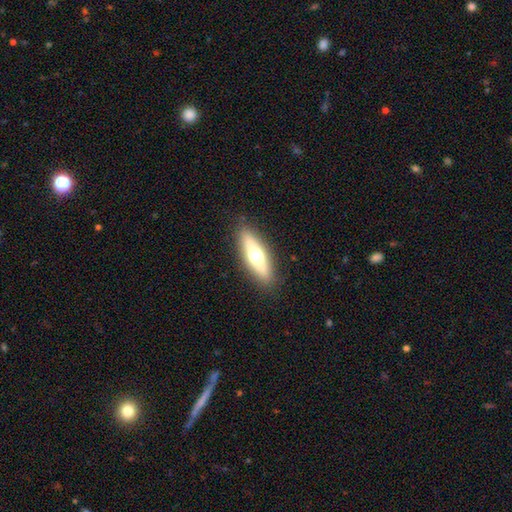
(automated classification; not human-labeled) Smooth or featured? smooth (48%)
Merging? none (88%)